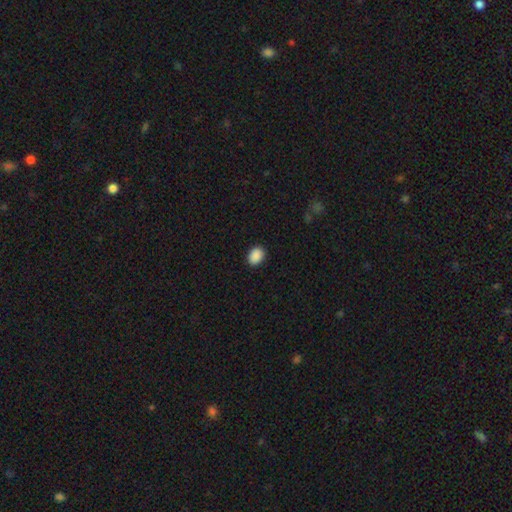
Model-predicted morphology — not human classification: Q: Smooth or featured?
A: smooth (90%); runner-up: star or artifact (8%)
Q: How rounded?
A: in between (67%); runner-up: round (32%)
Q: Merging?
A: none (89%); runner-up: minor disturbance (8%)